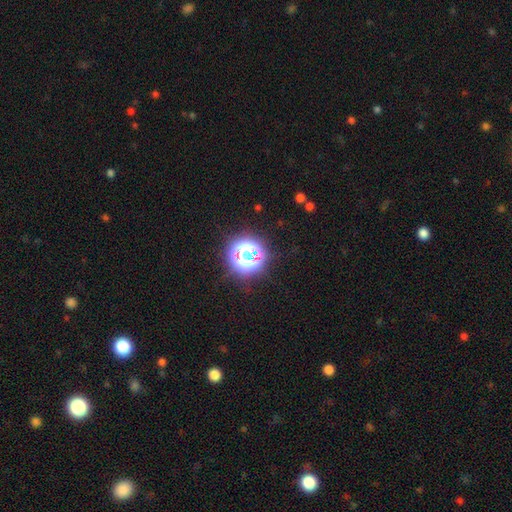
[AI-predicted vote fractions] This appears to be a star or artifact, not a galaxy (65%).